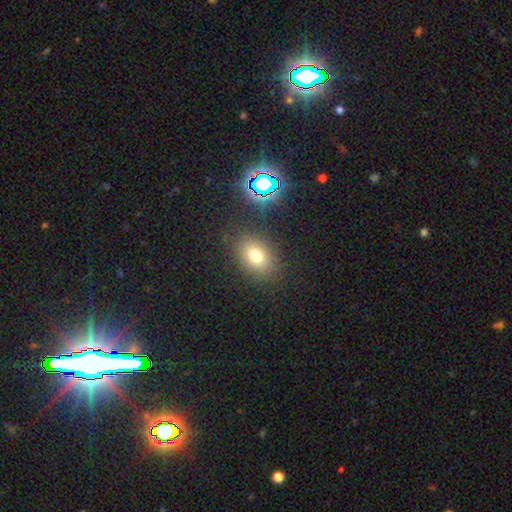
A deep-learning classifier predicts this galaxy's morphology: smooth 73%, star or artifact 17%, featured or disk 11%. Down the decision tree: how rounded — in between (71%); merging — none (84%).